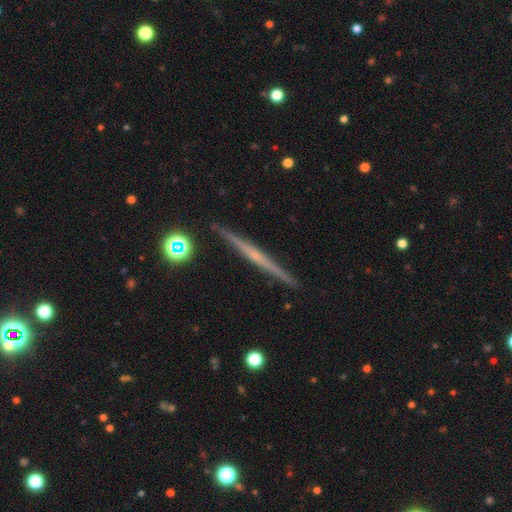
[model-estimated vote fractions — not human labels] This appears to be a featured or disk galaxy (74%) viewed edge-on (98%) with no central bulge (53%). Merging: none (91%).